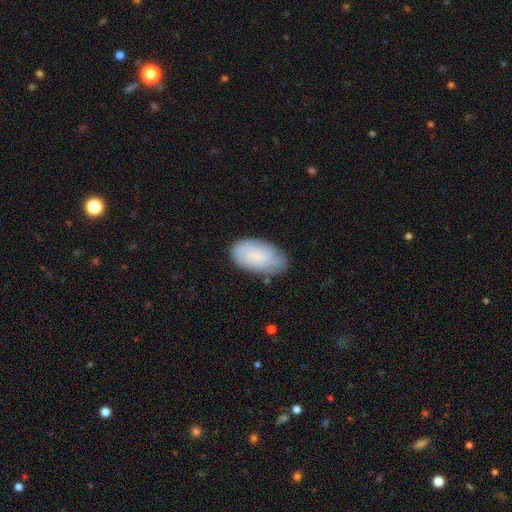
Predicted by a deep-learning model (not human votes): Smooth or featured? smooth (56%)
How rounded? in between (94%)
Merging? none (73%)